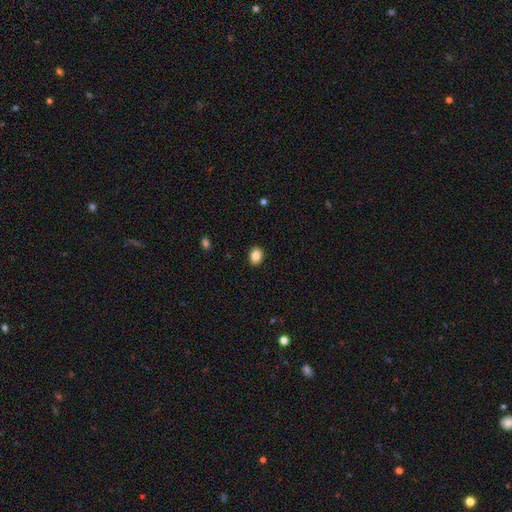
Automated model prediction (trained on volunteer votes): Smooth or featured? smooth (86%)
How rounded? in between (63%)
Merging? none (90%)